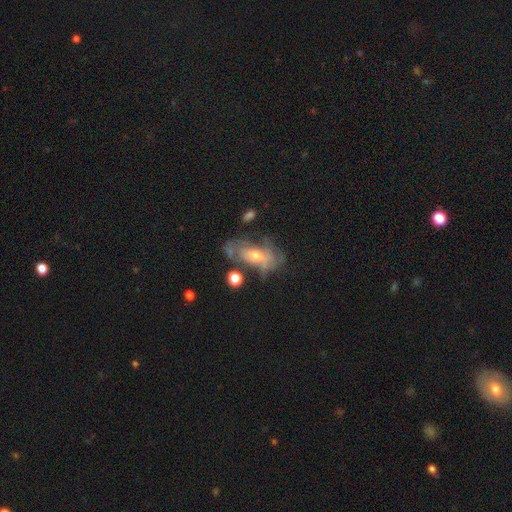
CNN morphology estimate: This is likely a featured or disk galaxy (62%). It is clearly not viewed edge-on (90%). Bar: likely no (72%). Spiral arm pattern: possibly yes (55%). Central bulge: possibly moderate (47%). Merging: possibly none (46%).